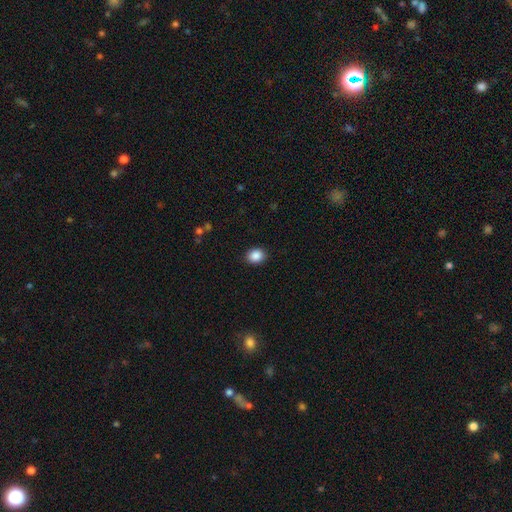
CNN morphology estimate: type=smooth (88%); roundness=round (58%); merging=none (90%).